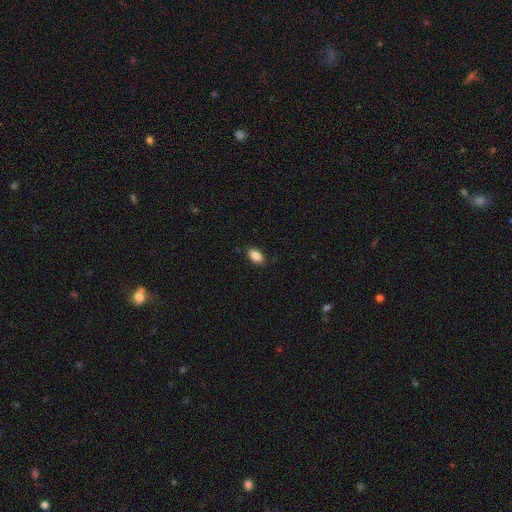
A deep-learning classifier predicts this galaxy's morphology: The model was most divided on "merging": none: 87%, minor disturbance: 10%, major disturbance: 2%, merger: 1%. More confident: how rounded — in between (92%); smooth or featured — smooth (87%).